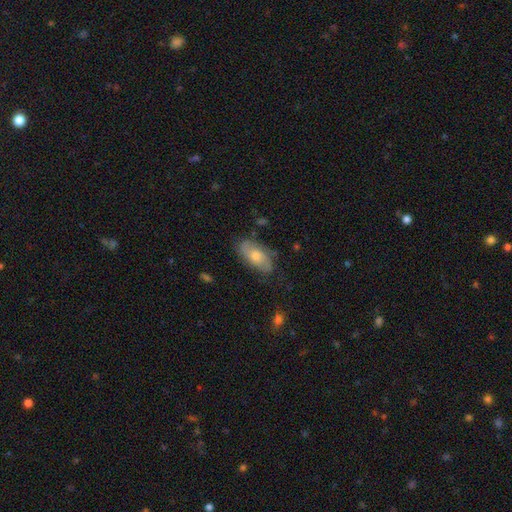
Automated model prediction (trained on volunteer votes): Morphology: type=featured or disk (48%); merging=none (70%).